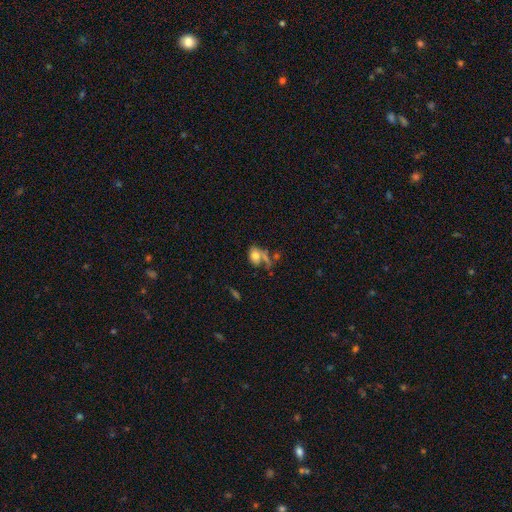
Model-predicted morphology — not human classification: A smooth galaxy with no disk features (67%) that is in between round and cigar-shaped (69%).

Vote fractions:
- Smooth or featured? smooth: 67% / featured or disk: 21% / star or artifact: 12%
- How rounded? in between: 69% / round: 28% / cigar-shaped: 3%
- Merging? none: 34% / merger: 27% / major disturbance: 21% / minor disturbance: 18%